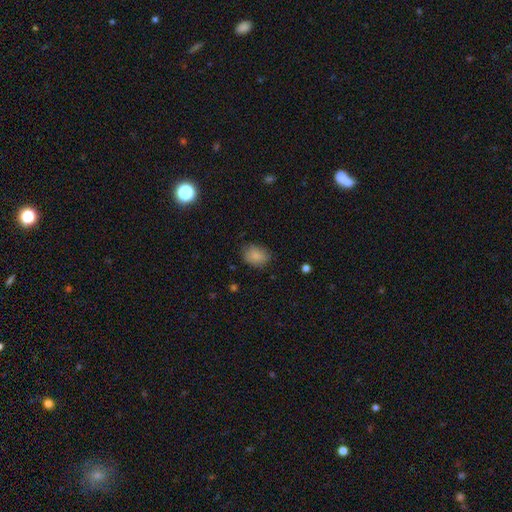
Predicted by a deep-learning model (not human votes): Overall: smooth (85%). How rounded: in between (69%; round 30%). Merging: none (76%).